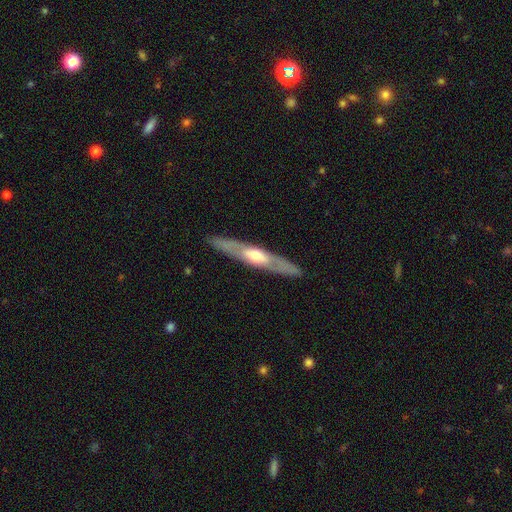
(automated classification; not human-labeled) Q: Smooth or featured?
A: featured or disk (65%); runner-up: smooth (30%)
Q: Edge-on disk?
A: yes (72%); runner-up: no (28%)
Q: Merging?
A: none (88%); runner-up: minor disturbance (8%)